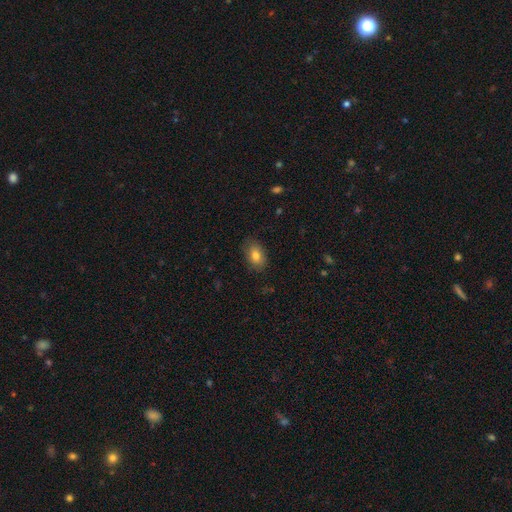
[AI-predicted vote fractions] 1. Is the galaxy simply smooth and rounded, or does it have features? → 80% smooth, 11% featured or disk, 8% star or artifact.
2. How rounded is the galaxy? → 86% in between, 12% round, 2% cigar-shaped.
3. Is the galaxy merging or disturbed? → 83% none, 13% minor disturbance, 3% major disturbance, 1% merger.